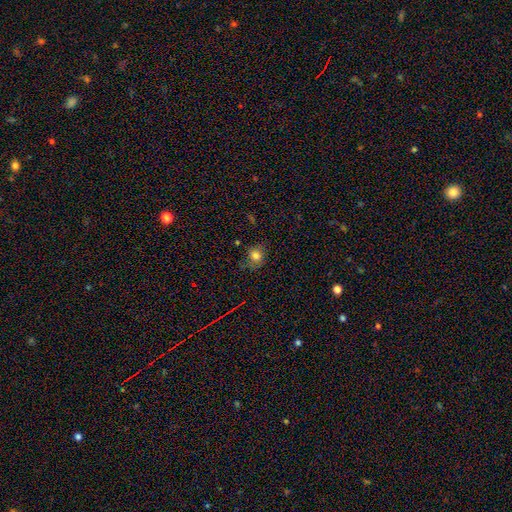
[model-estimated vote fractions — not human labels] Smooth or featured: smooth — 76% (star or artifact — 14%)
How rounded: round — 61% (in between — 37%)
Merging: none — 65% (minor disturbance — 25%)